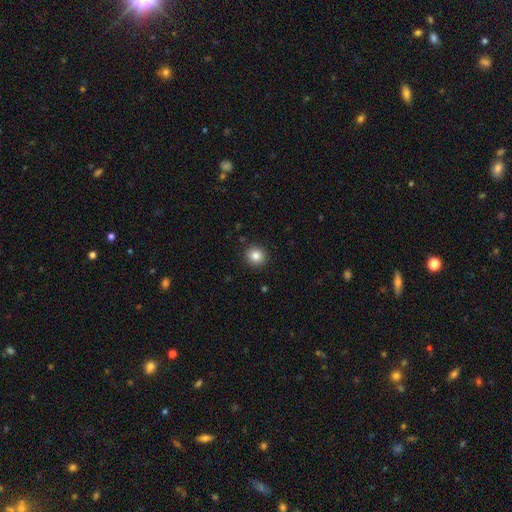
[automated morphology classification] smooth-or-featured: smooth: 84% | star or artifact: 10% | featured or disk: 6%
  how-rounded: round: 91% | in between: 8% | cigar-shaped: 1%
  merging: none: 91% | minor disturbance: 6% | major disturbance: 2% | merger: 1%